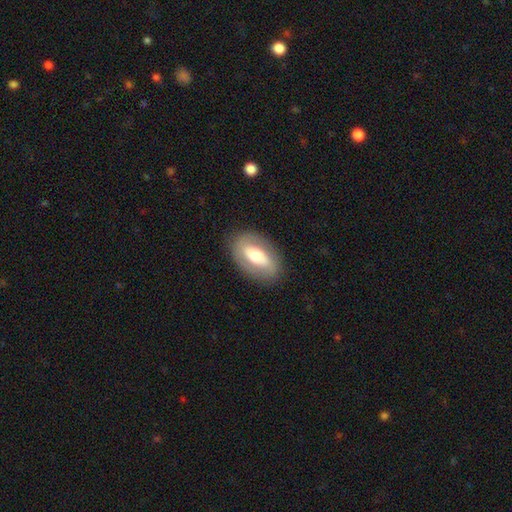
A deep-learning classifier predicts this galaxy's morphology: Smooth or featured?
  - smooth: 47% * (tied)
  - featured or disk: 47% * (tied)
  - star or artifact: 6%
Merging?
  - none: 83% *
  - minor disturbance: 11%
  - major disturbance: 4%
  - merger: 1%